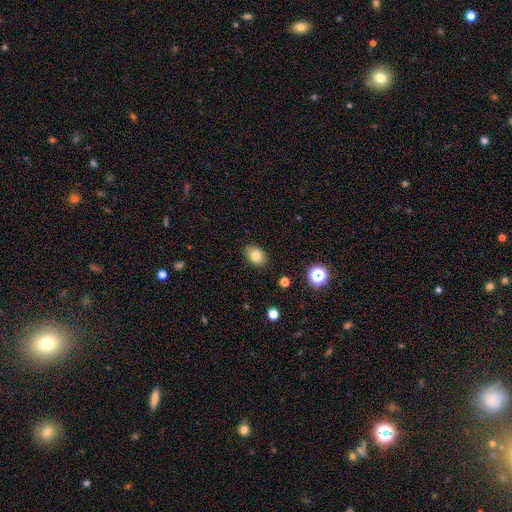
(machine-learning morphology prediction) A smooth galaxy with no disk features (81%) that is in between round and cigar-shaped (82%).

Vote fractions:
- Smooth or featured? smooth: 81% / star or artifact: 10% / featured or disk: 9%
- How rounded? in between: 82% / round: 17% / cigar-shaped: 1%
- Merging? none: 87% / minor disturbance: 10% / major disturbance: 2% / merger: 1%